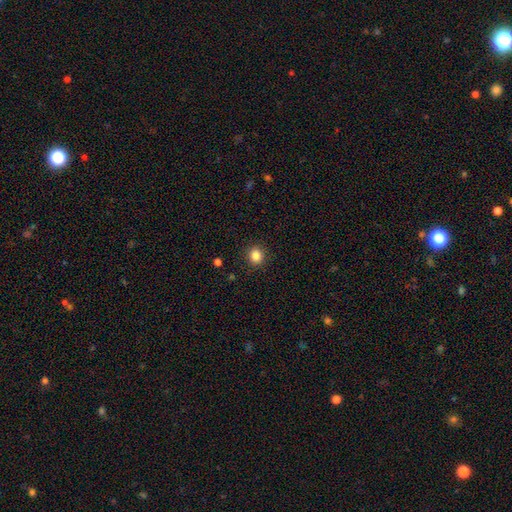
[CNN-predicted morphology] smooth 85%, star or artifact 11%, featured or disk 4%. Down the decision tree: how rounded — round (86%); merging — none (91%).